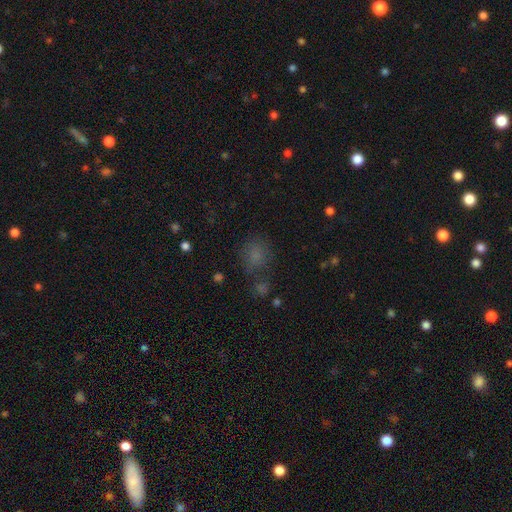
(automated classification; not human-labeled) A smooth galaxy with no disk features (68%) that is round (61%).

Vote fractions:
- Smooth or featured? smooth: 68% / star or artifact: 22% / featured or disk: 9%
- How rounded? round: 61% / in between: 37% / cigar-shaped: 1%
- Merging? none: 64% / minor disturbance: 18% / major disturbance: 9% / merger: 8%